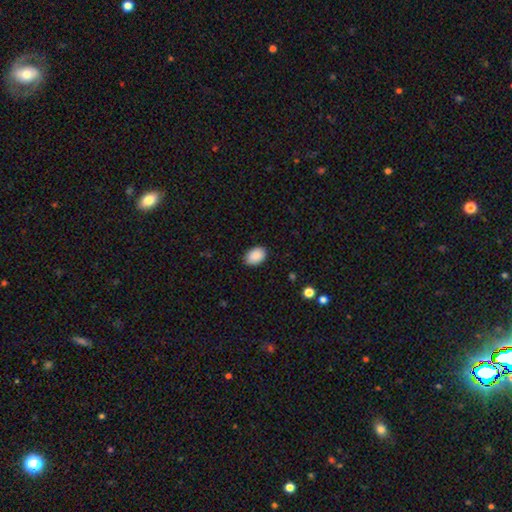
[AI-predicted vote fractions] Morphology: type=smooth (90%); roundness=in between (85%); merging=none (89%).